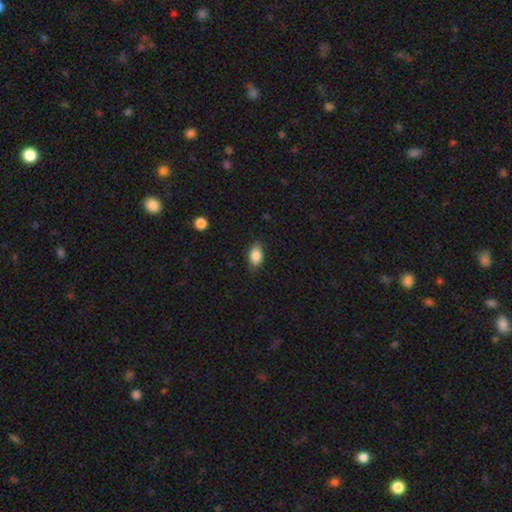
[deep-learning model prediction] Smooth or featured? Predicted: smooth (p=0.85). How rounded? Predicted: in between (p=0.85). Merging? Predicted: none (p=0.82).